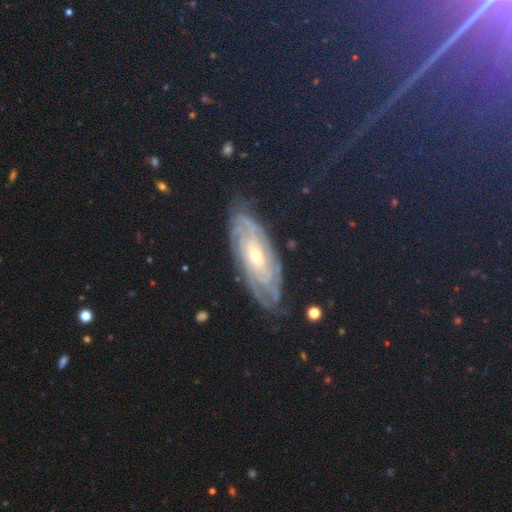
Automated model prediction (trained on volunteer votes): This is likely a featured or disk galaxy (68%). It is clearly not viewed edge-on (88%). Bar: possibly no (59%). Spiral arm pattern: clearly yes (94%). Spiral arm count: marginally can't tell (44%). Spiral winding: clearly tight (80%). Central bulge: possibly moderate (48%). Merging: clearly none (82%).